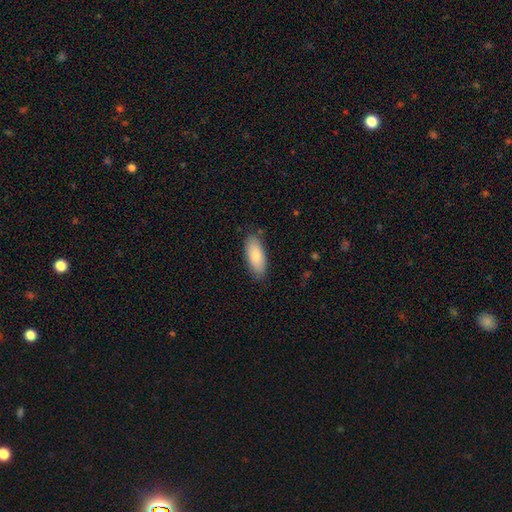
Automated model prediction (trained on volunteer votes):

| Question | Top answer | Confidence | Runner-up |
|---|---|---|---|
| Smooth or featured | smooth | 80% | featured or disk (14%) |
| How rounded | in between | 82% | cigar-shaped (16%) |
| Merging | none | 82% | minor disturbance (14%) |